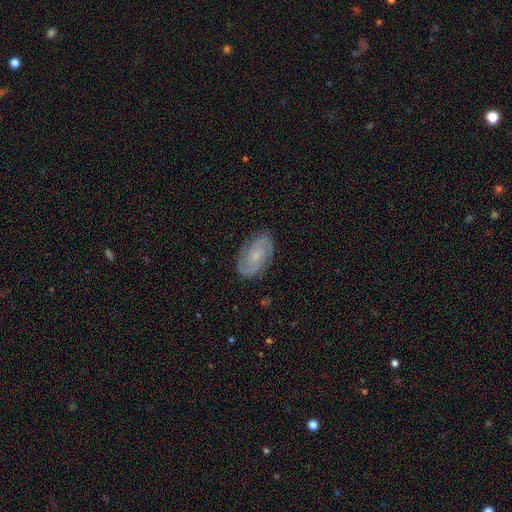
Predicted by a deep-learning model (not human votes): smooth-or-featured: featured or disk: 78% | smooth: 16% | star or artifact: 7%
  disk-edge-on: no: 96% | yes: 4%
    bar: no: 63% | weak: 31% | strong: 6%
    has-spiral-arms: yes: 96% | no: 4%
      spiral-winding: tight: 52% | medium: 38% | loose: 10%
      spiral-arm-count: 2: 77% | can't tell: 10% | 3: 7% | 1: 2% | 4: 2% | more than 4: 2%
    bulge-size: small: 69% | moderate: 20% | none: 8% | large: 1% | dominant: 1%
  merging: none: 85% | minor disturbance: 11% | major disturbance: 3% | merger: 1%